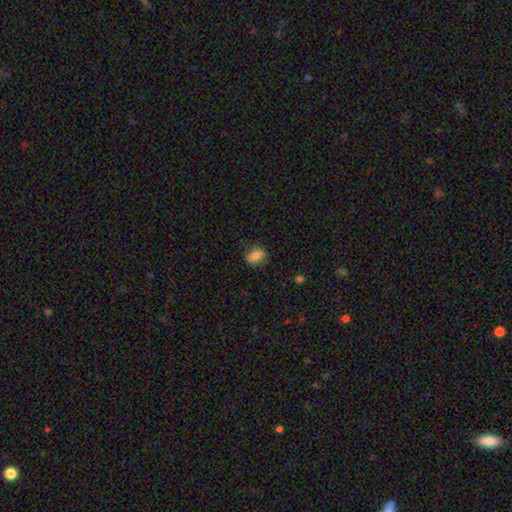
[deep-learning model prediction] Morphology: type=smooth (74%); roundness=in between (70%); merging=none (73%).